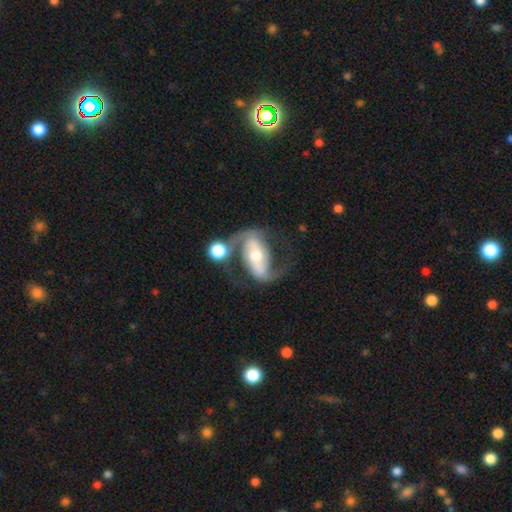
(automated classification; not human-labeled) Smooth or featured: featured or disk — 85% (smooth — 9%)
Edge-on disk: no — 96% (yes — 4%)
Bar: strong — 46% (weak — 30%)
Spiral arms: yes — 93% (no — 7%)
Spiral winding: medium — 48% (loose — 37%)
Spiral arm count: 2 — 90% (can't tell — 4%)
Bulge size: moderate — 66% (small — 22%)
Merging: none — 52% (merger — 17%)